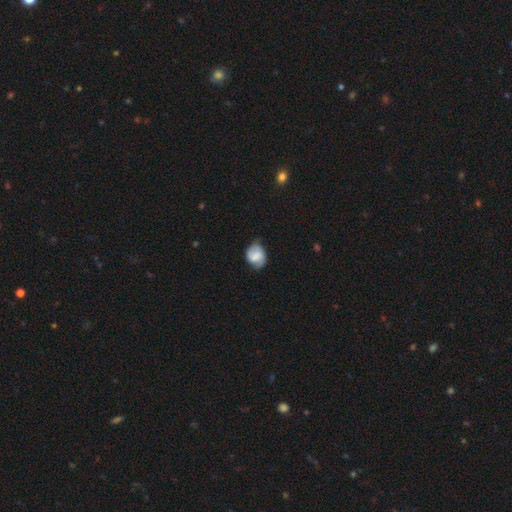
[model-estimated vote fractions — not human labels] This is possibly a smooth galaxy (46%, tied with featured or disk). Merging: likely none (66%).